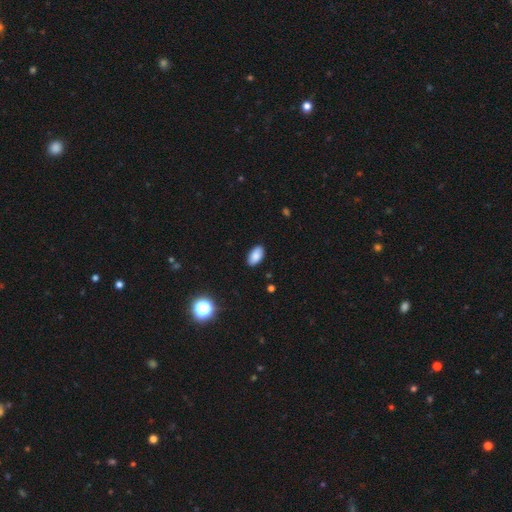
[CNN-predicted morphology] Smooth or featured? Predicted: smooth (p=0.86). How rounded? Predicted: in between (p=0.95). Merging? Predicted: none (p=0.88).